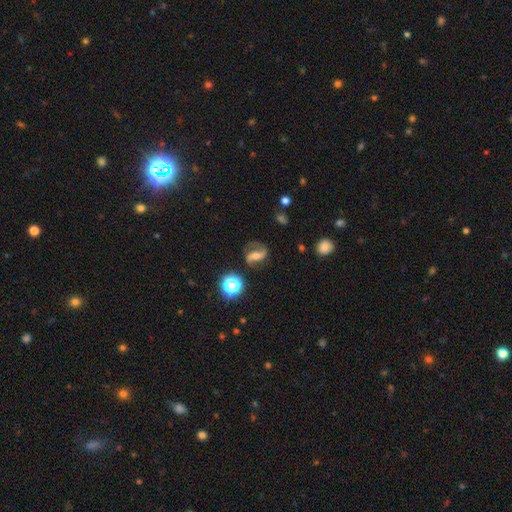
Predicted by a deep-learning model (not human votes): The model was most divided on "bar": strong: 39%, weak: 36%, no: 25%. Remaining: edge-on disk — no (97%); spiral arms — yes (94%); spiral arm count — 2 (90%); smooth or featured — featured or disk (76%); merging — none (74%); spiral winding — loose (54%); bulge size — moderate (43%).